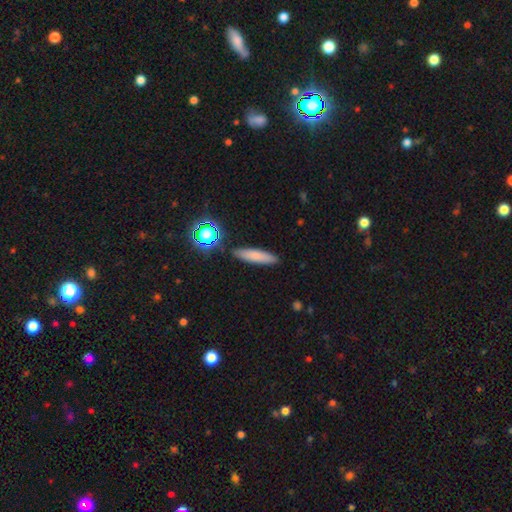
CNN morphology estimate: A smooth galaxy with no disk features (75%) that is cigar-shaped (77%).

Vote fractions:
- Smooth or featured? smooth: 75% / featured or disk: 15% / star or artifact: 10%
- How rounded? cigar-shaped: 77% / in between: 21% / round: 2%
- Merging? none: 87% / minor disturbance: 9% / merger: 3% / major disturbance: 2%